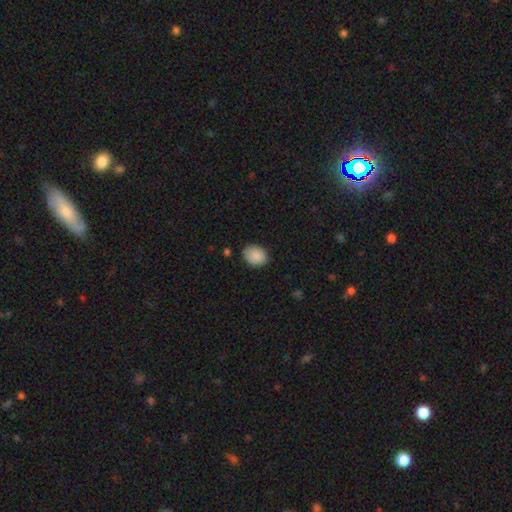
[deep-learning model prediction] Overall: smooth (89%). How rounded: in between (64%; round 36%). Merging: none (81%).